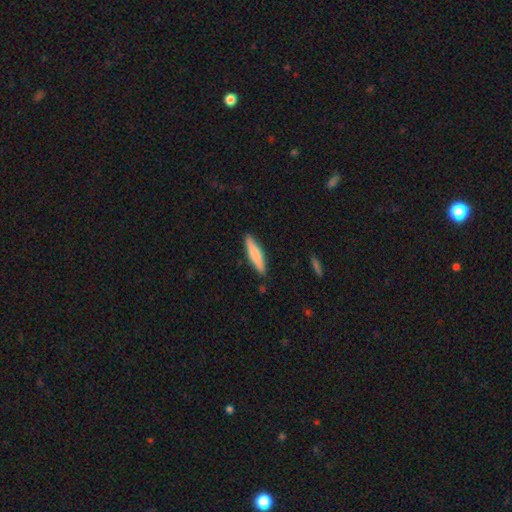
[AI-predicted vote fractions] A smooth galaxy with no disk features (71%) that is cigar-shaped (83%).

Vote fractions:
- Smooth or featured? smooth: 71% / featured or disk: 24% / star or artifact: 5%
- How rounded? cigar-shaped: 83% / in between: 16% / round: 1%
- Merging? none: 88% / minor disturbance: 9% / major disturbance: 2% / merger: 1%